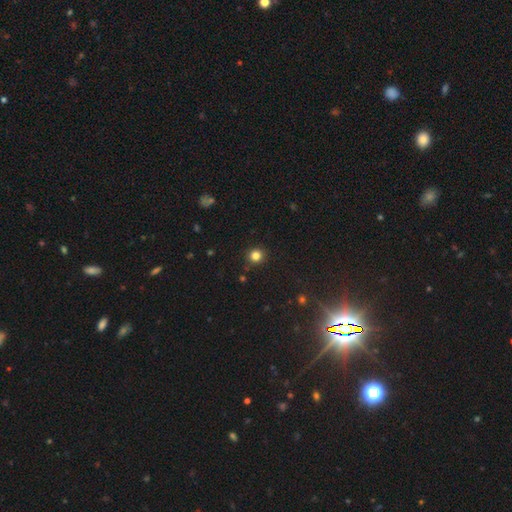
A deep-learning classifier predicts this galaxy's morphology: Smooth or featured? Predicted: smooth (p=0.82). How rounded? Predicted: round (p=0.92). Merging? Predicted: none (p=0.90).